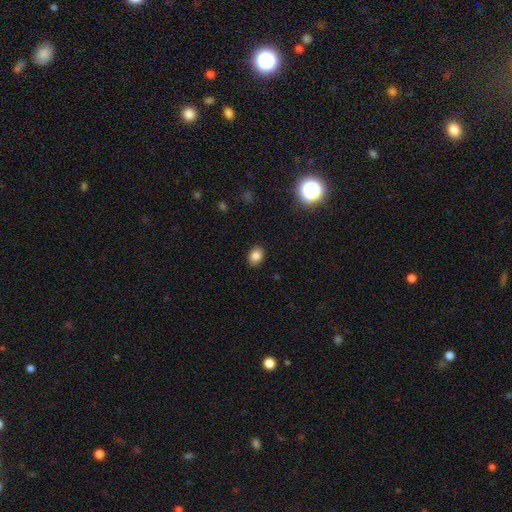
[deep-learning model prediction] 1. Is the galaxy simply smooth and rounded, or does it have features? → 84% smooth, 11% star or artifact, 5% featured or disk.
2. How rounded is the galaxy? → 61% in between, 38% round, 1% cigar-shaped.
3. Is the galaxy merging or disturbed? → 89% none, 8% minor disturbance, 2% major disturbance, 1% merger.